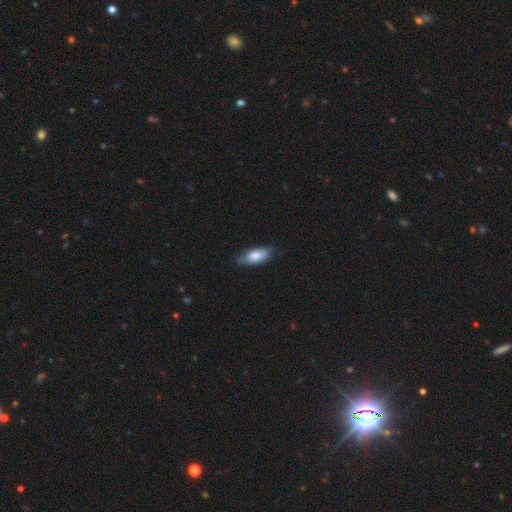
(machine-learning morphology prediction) Smooth or featured? smooth (76%)
How rounded? in between (78%)
Merging? none (76%)